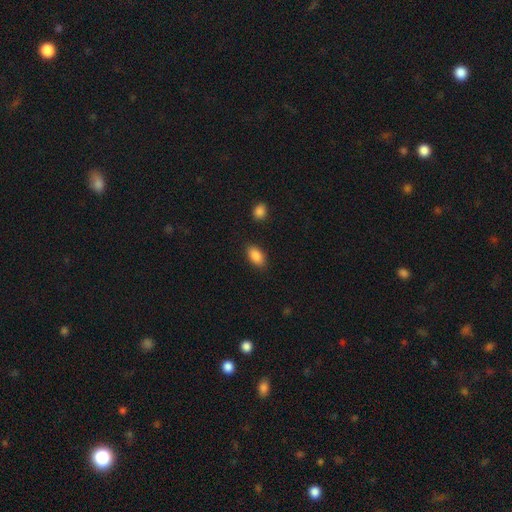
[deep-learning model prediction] A smooth galaxy with no disk features (88%) that is in between round and cigar-shaped (92%).

Vote fractions:
- Smooth or featured? smooth: 88% / star or artifact: 7% / featured or disk: 5%
- How rounded? in between: 92% / round: 5% / cigar-shaped: 3%
- Merging? none: 85% / minor disturbance: 10% / major disturbance: 3% / merger: 2%